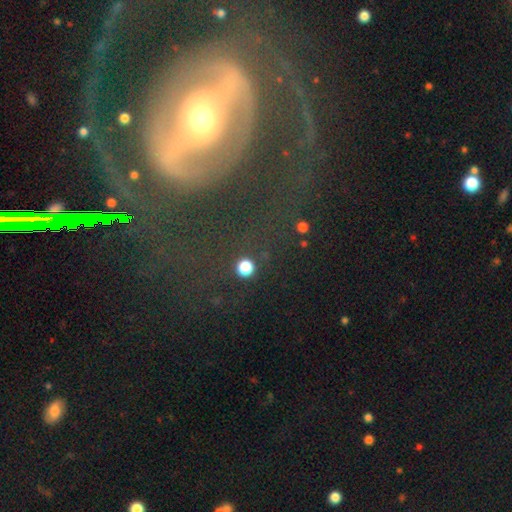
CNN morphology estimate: Smooth or featured: featured or disk — 79% (smooth — 12%)
Edge-on disk: no — 92% (yes — 8%)
Bar: strong — 59% (weak — 24%)
Spiral arms: yes — 65% (no — 35%)
Bulge size: moderate — 54% (small — 34%)
Merging: none — 66% (major disturbance — 19%)